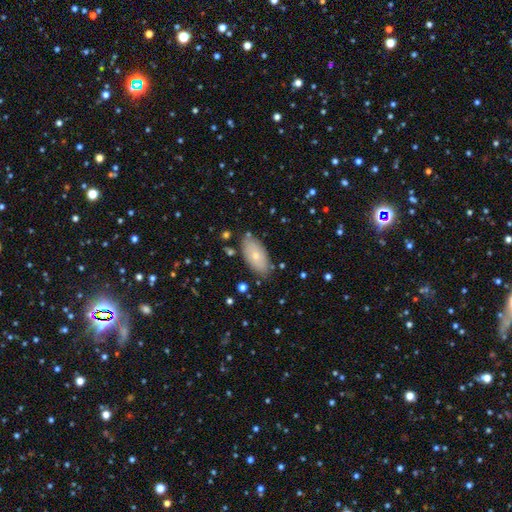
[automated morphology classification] This appears to be a smooth galaxy with no disk features (67%) that is in between round and cigar-shaped (92%). Merging: none (81%).